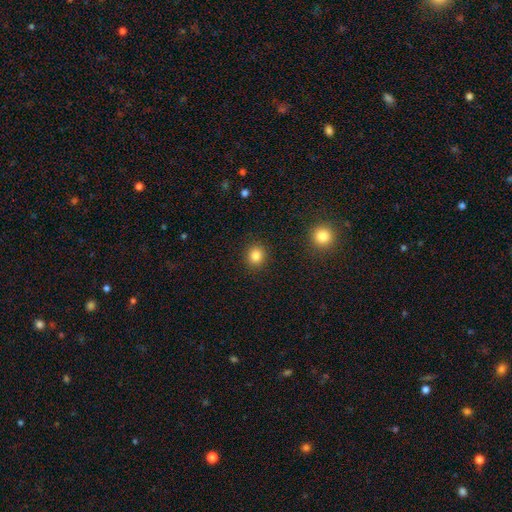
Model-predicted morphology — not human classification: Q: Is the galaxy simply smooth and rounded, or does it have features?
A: smooth — 85%.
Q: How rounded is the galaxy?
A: round — 85%.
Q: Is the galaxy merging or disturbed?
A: none — 90%.